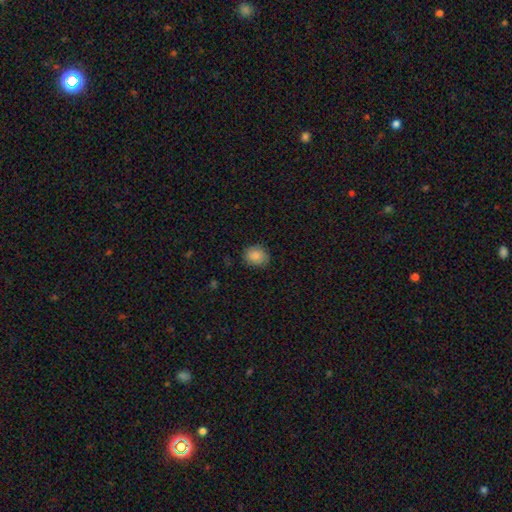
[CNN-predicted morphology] A smooth galaxy with no disk features (88%) that is round (57%). Merging: none (83%).